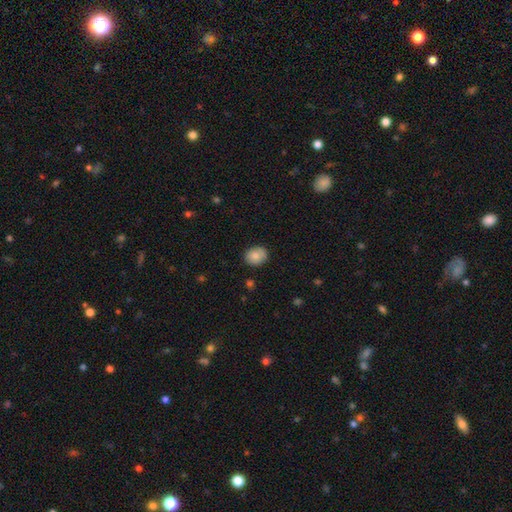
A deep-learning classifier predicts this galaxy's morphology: Smooth or featured? Predicted: smooth (p=0.79). How rounded? Predicted: round (p=0.61). Merging? Predicted: none (p=0.83).